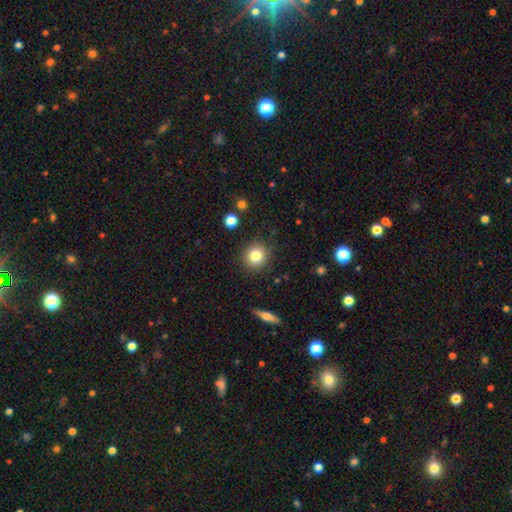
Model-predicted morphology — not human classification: Smooth or featured?
  - smooth: 81% *
  - star or artifact: 11%
  - featured or disk: 8%
How rounded?
  - round: 89% *
  - in between: 10%
  - cigar-shaped: 1%
Merging?
  - none: 89% *
  - minor disturbance: 7%
  - major disturbance: 2%
  - merger: 2%